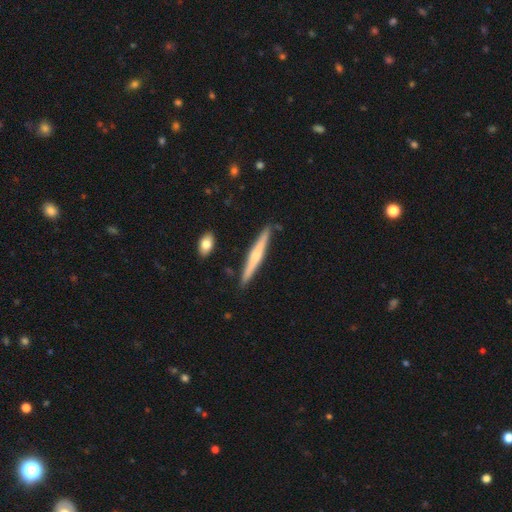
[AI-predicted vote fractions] Smooth or featured? featured or disk (53%)
Edge-on disk? yes (97%)
Edge-on bulge? rounded (63%)
Merging? none (87%)